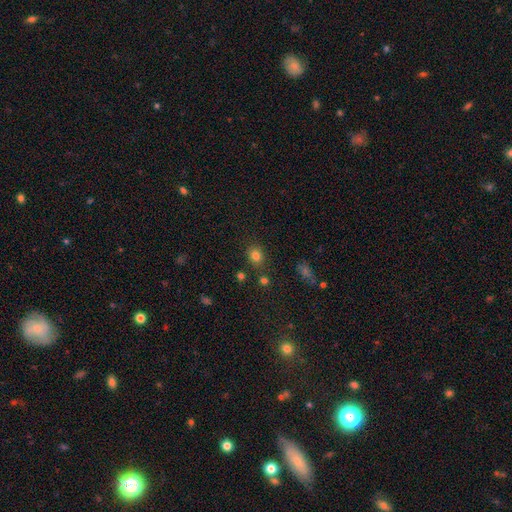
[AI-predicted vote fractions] Overall: smooth (79%). How rounded: round (61%; in between 38%). Merging: none (81%).